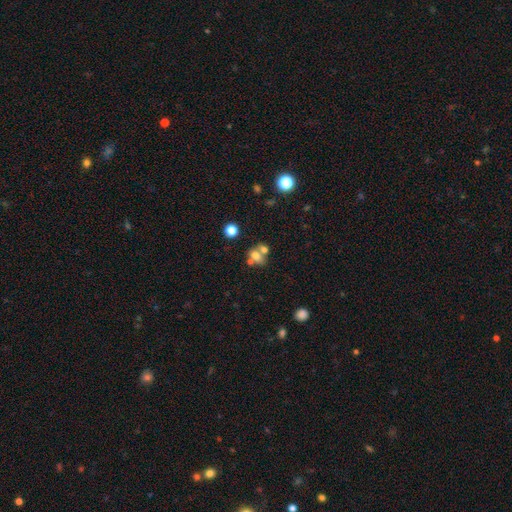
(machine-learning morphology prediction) This appears to be a smooth galaxy with no disk features (64%) that is in between round and cigar-shaped (50%). Merging: merger (52%).